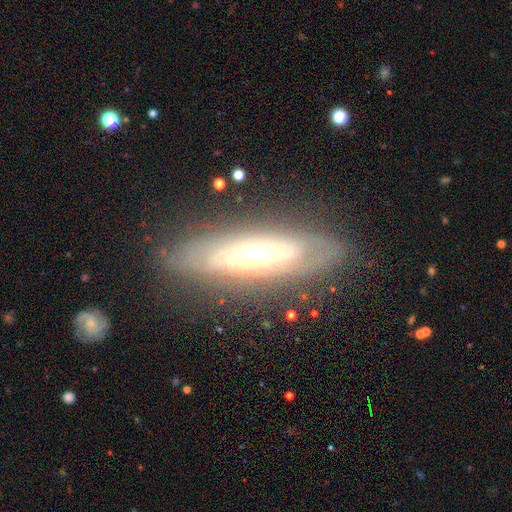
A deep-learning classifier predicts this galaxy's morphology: Smooth or featured?
  - featured or disk: 71% *
  - smooth: 22%
  - star or artifact: 7%
Edge-on disk?
  - no: 64% *
  - yes: 36%
Merging?
  - none: 77% *
  - minor disturbance: 15%
  - major disturbance: 6%
  - merger: 2%